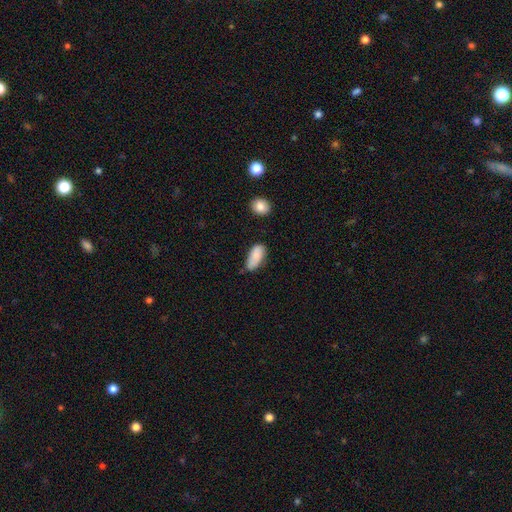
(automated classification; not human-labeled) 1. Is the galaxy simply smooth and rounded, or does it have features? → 85% smooth, 8% featured or disk, 7% star or artifact.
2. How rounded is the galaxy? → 88% in between, 10% cigar-shaped, 2% round.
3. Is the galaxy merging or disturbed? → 51% none, 37% minor disturbance, 7% major disturbance, 5% merger.